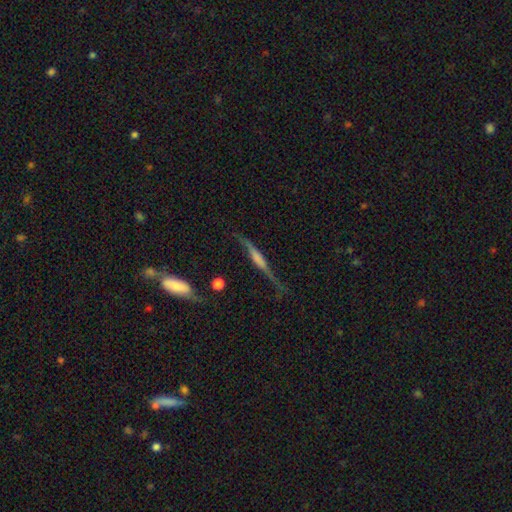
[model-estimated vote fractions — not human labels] featured or disk 71%, smooth 17%, star or artifact 12%. Down the decision tree: edge-on disk — yes (93%); edge-on bulge — rounded (63%); merging — none (74%).